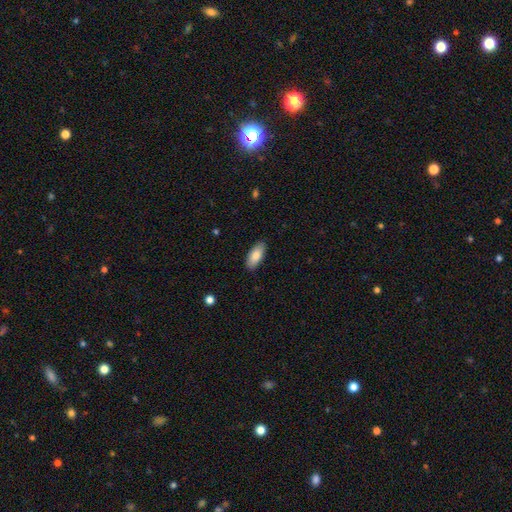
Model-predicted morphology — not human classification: This appears to be a smooth galaxy with no disk features (83%) that is in between round and cigar-shaped (88%). Merging: none (87%).